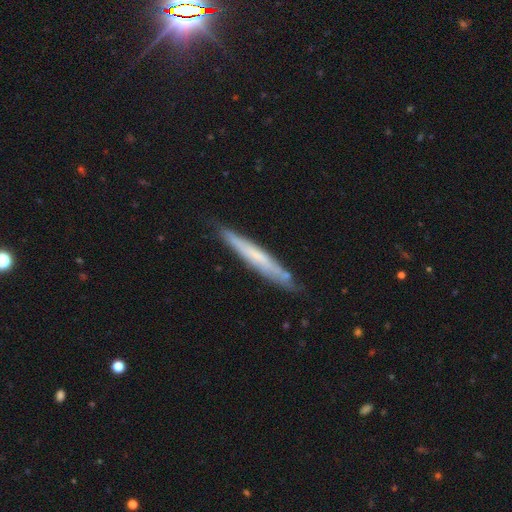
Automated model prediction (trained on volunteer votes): Smooth or featured?
  - featured or disk: 47% *
  - smooth: 46%
  - star or artifact: 6%
Merging?
  - none: 81% *
  - minor disturbance: 15%
  - major disturbance: 2%
  - merger: 2%